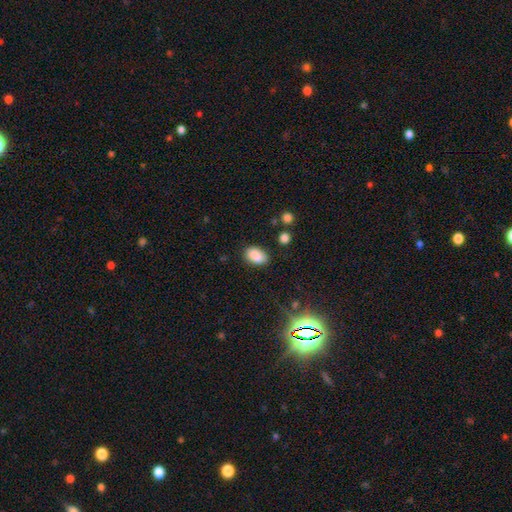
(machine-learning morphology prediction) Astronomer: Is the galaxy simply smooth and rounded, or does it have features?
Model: smooth — 86%.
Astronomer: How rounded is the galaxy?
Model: in between — 89%.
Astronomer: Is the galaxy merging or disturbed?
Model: none — 80%.